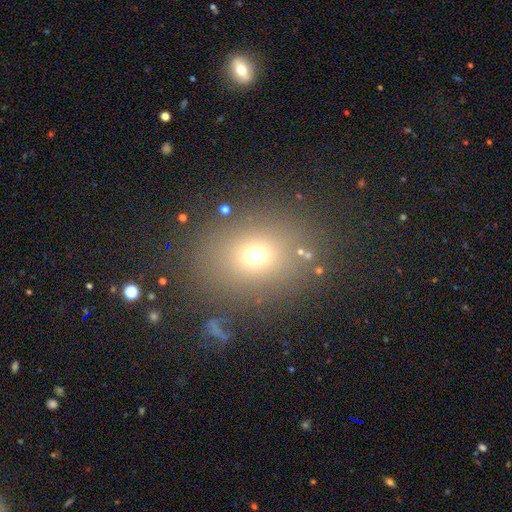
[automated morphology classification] Smooth or featured? smooth (66%)
How rounded? round (57%)
Merging? none (82%)